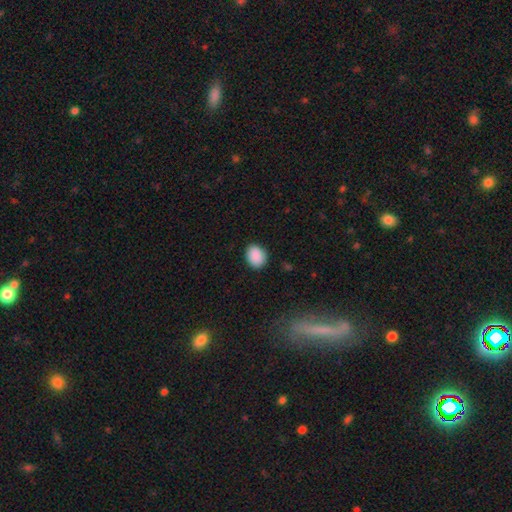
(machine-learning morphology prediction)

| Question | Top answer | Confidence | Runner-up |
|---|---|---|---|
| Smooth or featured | smooth | 90% | star or artifact (7%) |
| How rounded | in between | 52% | round (47%) |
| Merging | none | 87% | minor disturbance (9%) |